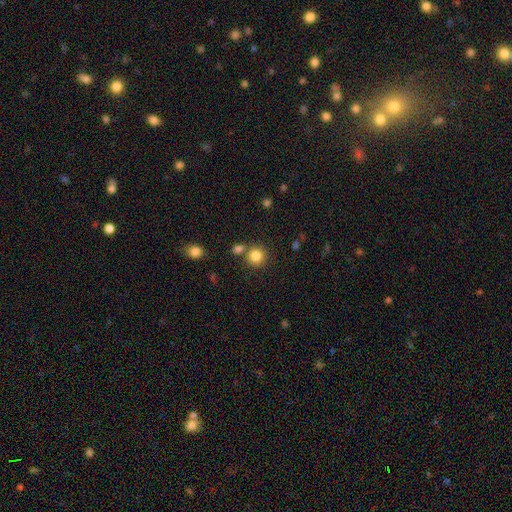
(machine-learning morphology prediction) Smooth or featured? smooth (84%)
How rounded? round (91%)
Merging? none (73%)